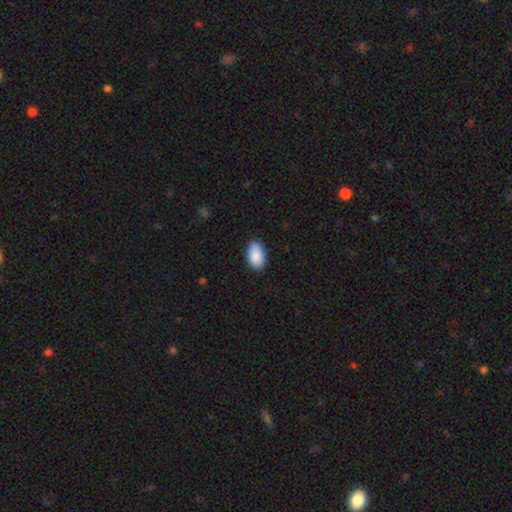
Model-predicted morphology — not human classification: A smooth galaxy with no disk features (90%) that is in between round and cigar-shaped (94%). Merging: none (85%).